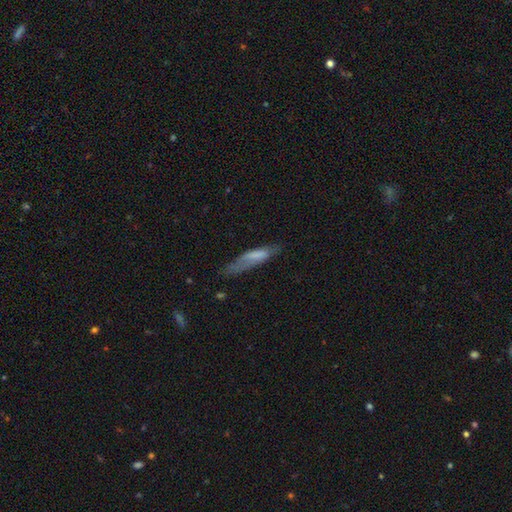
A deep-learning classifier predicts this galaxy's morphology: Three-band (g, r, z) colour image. It shows a smooth galaxy with no disk features (60%) that is cigar-shaped (76%). Merging: none (49%).